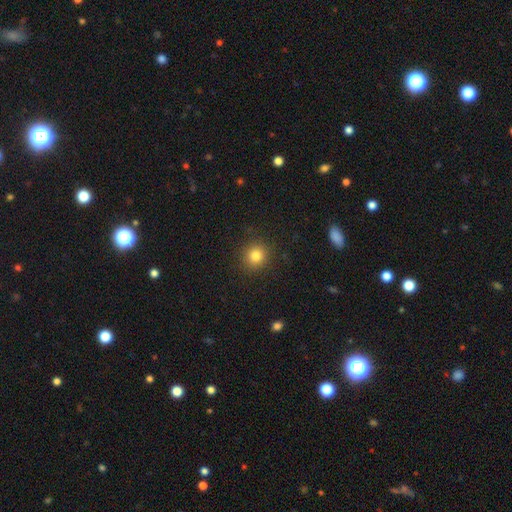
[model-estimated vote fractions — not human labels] Overall: smooth (82%). How rounded: round (90%). Merging: none (90%).